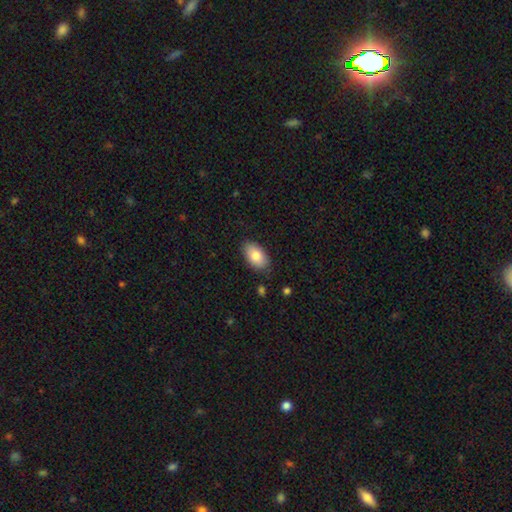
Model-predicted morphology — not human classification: Smooth or featured?
  - smooth: 82% *
  - featured or disk: 11%
  - star or artifact: 7%
How rounded?
  - in between: 93% *
  - round: 6%
  - cigar-shaped: 2%
Merging?
  - none: 84% *
  - minor disturbance: 12%
  - major disturbance: 2%
  - merger: 1%